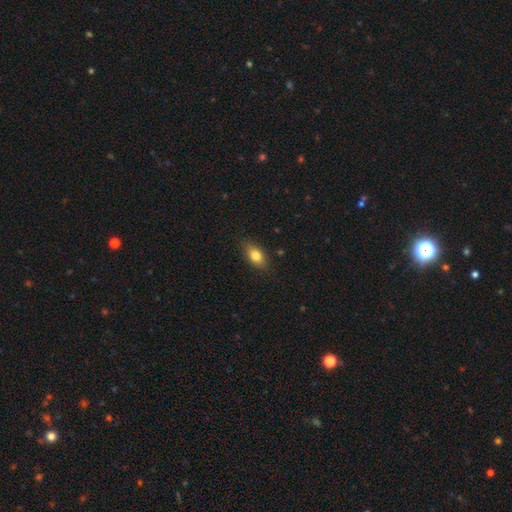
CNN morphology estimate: Smooth or featured: smooth — 79% (featured or disk — 13%)
How rounded: in between — 84% (cigar-shaped — 8%)
Merging: none — 84% (minor disturbance — 12%)